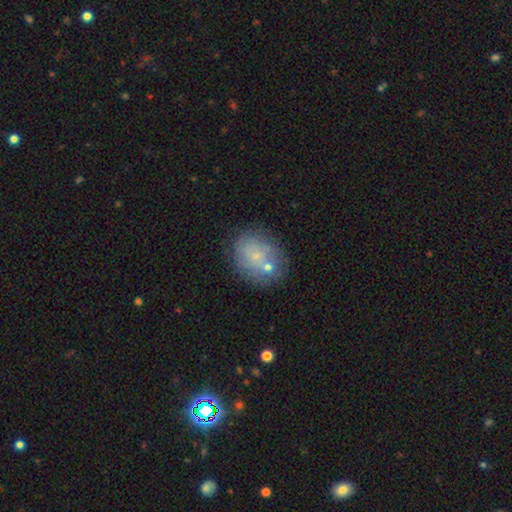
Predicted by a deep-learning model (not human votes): The model was most divided on "how rounded": round: 54%, in between: 44%, cigar-shaped: 1%. More confident: merging — none (59%); smooth or featured — smooth (57%).